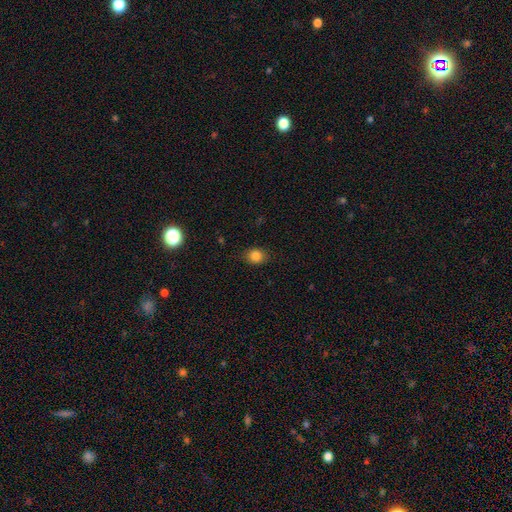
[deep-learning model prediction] This is clearly a smooth galaxy (82%). How rounded: possibly round (52%). Merging: clearly none (83%).